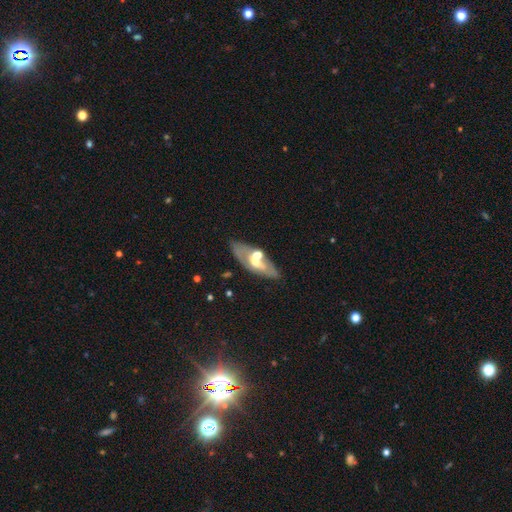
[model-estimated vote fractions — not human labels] smooth-or-featured: featured or disk: 57% | smooth: 33% | star or artifact: 10%
  disk-edge-on: no: 70% | yes: 30%
  merging: none: 65% | minor disturbance: 15% | merger: 14% | major disturbance: 6%